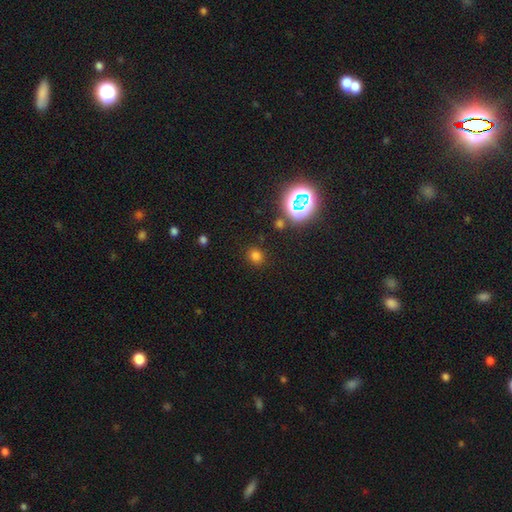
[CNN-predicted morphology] Overall: smooth (71%). How rounded: round (69%; in between 30%). Merging: none (85%).